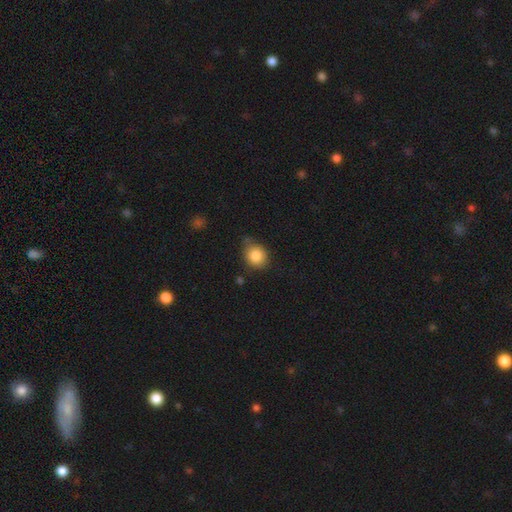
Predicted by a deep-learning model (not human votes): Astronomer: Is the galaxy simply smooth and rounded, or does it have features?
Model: smooth — 84%.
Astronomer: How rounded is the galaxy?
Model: round — 74%.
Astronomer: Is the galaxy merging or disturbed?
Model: none — 63%.